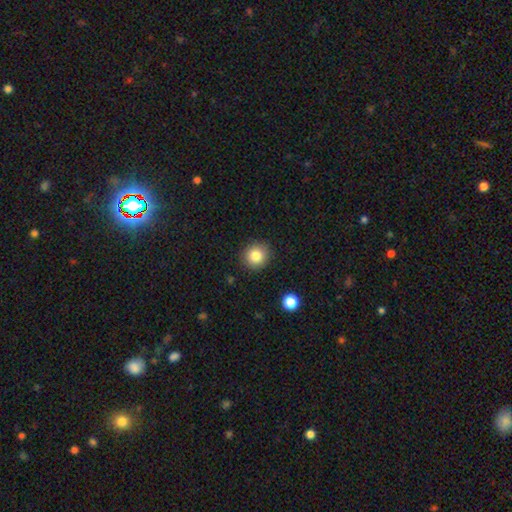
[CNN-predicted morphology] Smooth or featured? Predicted: smooth (p=0.83). How rounded? Predicted: round (p=0.91). Merging? Predicted: none (p=0.90).